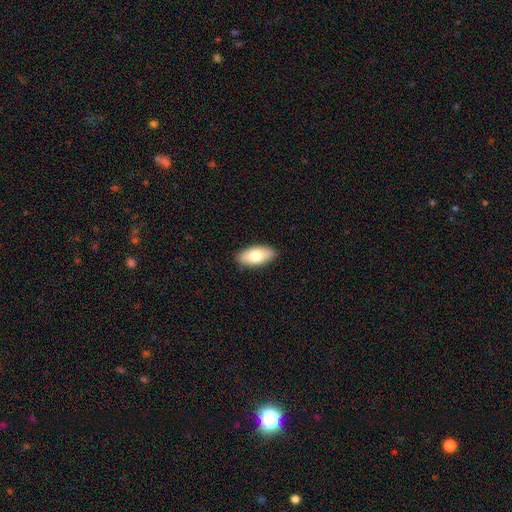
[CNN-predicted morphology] This appears to be a smooth galaxy with no disk features (75%) that is in between round and cigar-shaped (91%). Merging: none (88%).